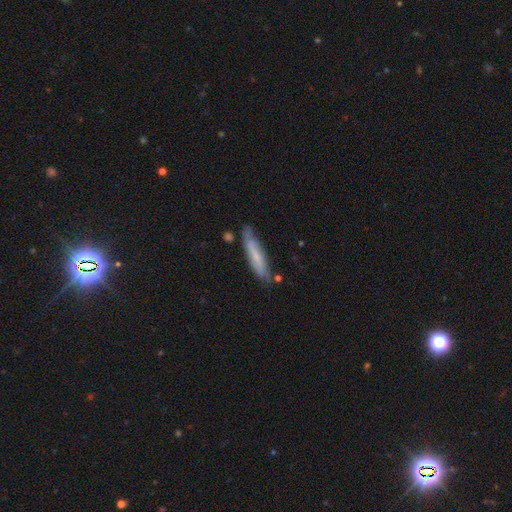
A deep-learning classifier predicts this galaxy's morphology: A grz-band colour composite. It shows a smooth galaxy with no disk features (53%) that is cigar-shaped (81%). Merging: none (68%).